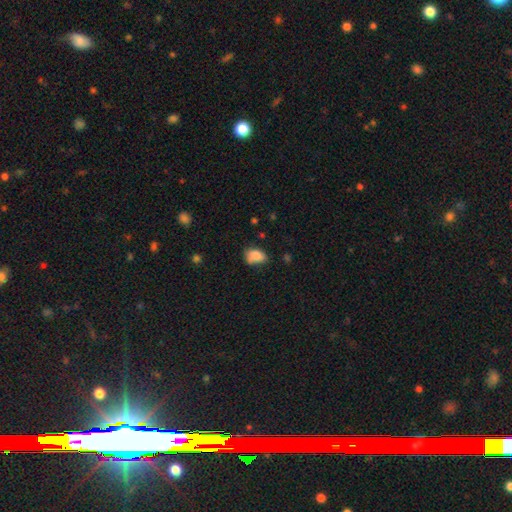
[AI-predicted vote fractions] smooth_or_featured: smooth (p=0.79) [alt: featured or disk p=0.12]
how_rounded: in between (p=0.82) [alt: round p=0.16]
merging: none (p=0.51) [alt: minor disturbance p=0.30]